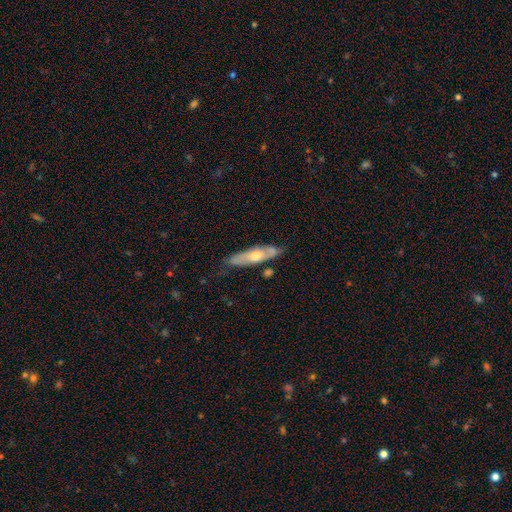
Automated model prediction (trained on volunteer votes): Smooth or featured? featured or disk (51%)
Edge-on disk? no (52%)
Merging? none (65%)